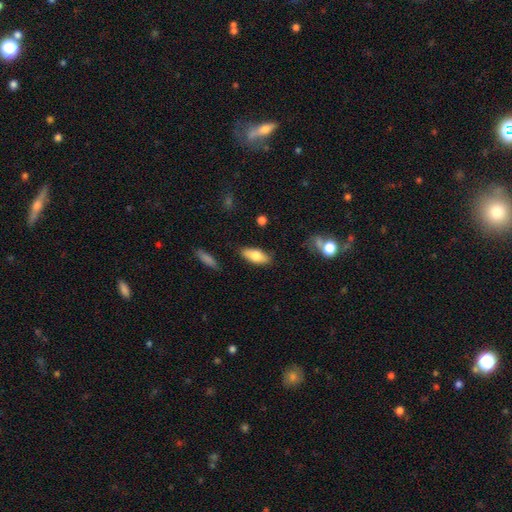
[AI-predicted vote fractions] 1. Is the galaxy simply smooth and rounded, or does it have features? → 75% smooth, 18% featured or disk, 6% star or artifact.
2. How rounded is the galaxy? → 82% in between, 16% cigar-shaped, 2% round.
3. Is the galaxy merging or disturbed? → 83% none, 12% minor disturbance, 2% major disturbance, 2% merger.